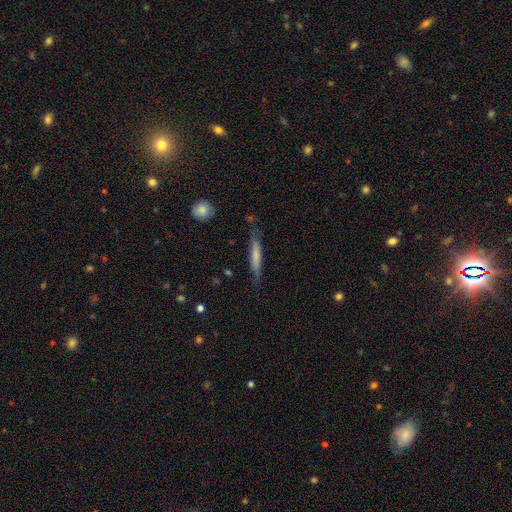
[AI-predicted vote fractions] Smooth or featured?
  - smooth: 54% *
  - featured or disk: 40%
  - star or artifact: 6%
How rounded?
  - cigar-shaped: 92% *
  - in between: 6%
  - round: 2%
Merging?
  - none: 74% *
  - minor disturbance: 19%
  - major disturbance: 5%
  - merger: 2%